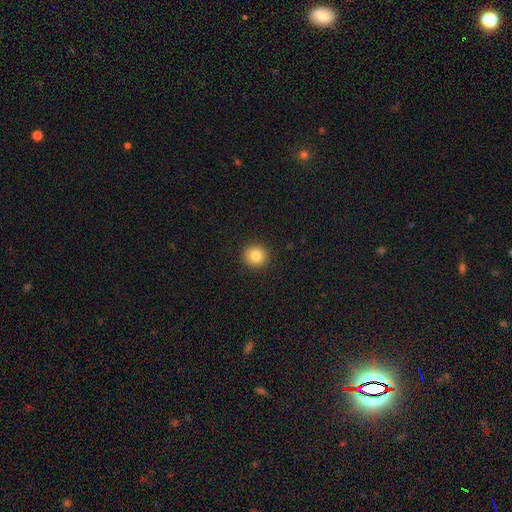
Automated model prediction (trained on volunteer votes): smooth 83%, star or artifact 10%, featured or disk 6%. Down the decision tree: how rounded — round (94%); merging — none (93%).